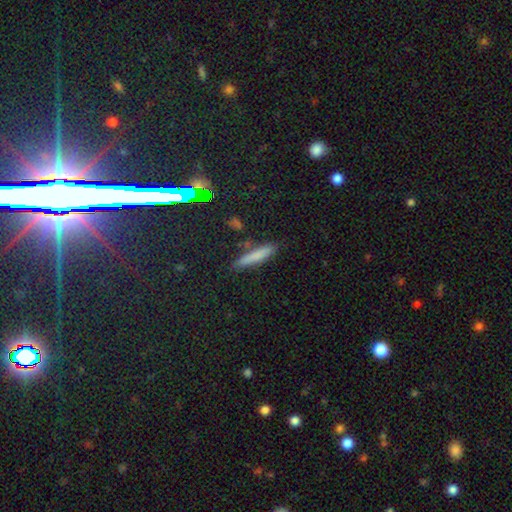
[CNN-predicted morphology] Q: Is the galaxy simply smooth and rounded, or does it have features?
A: smooth — 74%.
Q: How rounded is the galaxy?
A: cigar-shaped — 87%.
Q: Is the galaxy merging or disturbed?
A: none — 80%.